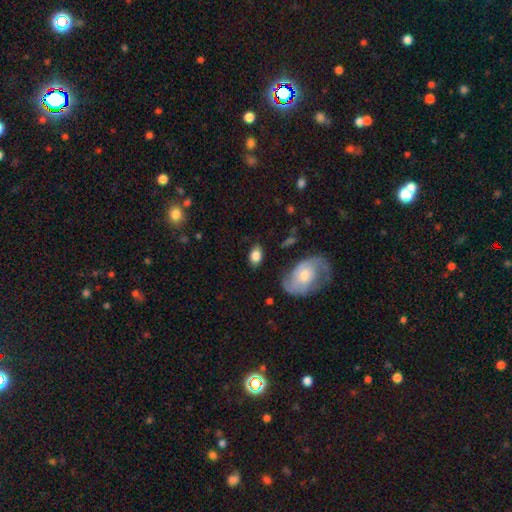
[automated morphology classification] Smooth or featured? smooth (78%)
How rounded? in between (85%)
Merging? none (74%)